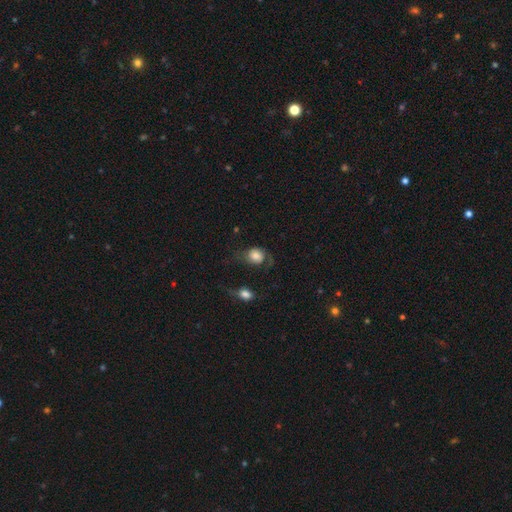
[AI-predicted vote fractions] Smooth or featured? smooth (63%)
How rounded? round (63%)
Merging? major disturbance (34%)